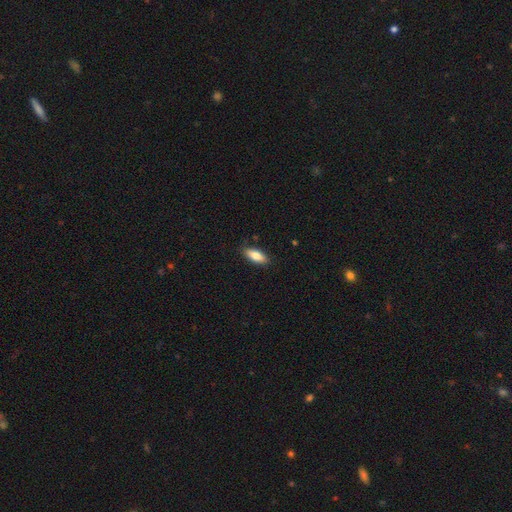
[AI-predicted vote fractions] Smooth or featured? Predicted: smooth (p=0.77). How rounded? Predicted: in between (p=0.76). Merging? Predicted: none (p=0.85).